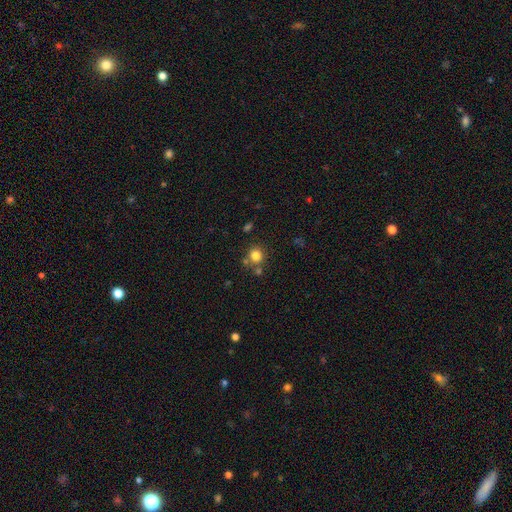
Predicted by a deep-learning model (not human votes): Smooth or featured? smooth (81%)
How rounded? round (86%)
Merging? none (73%)